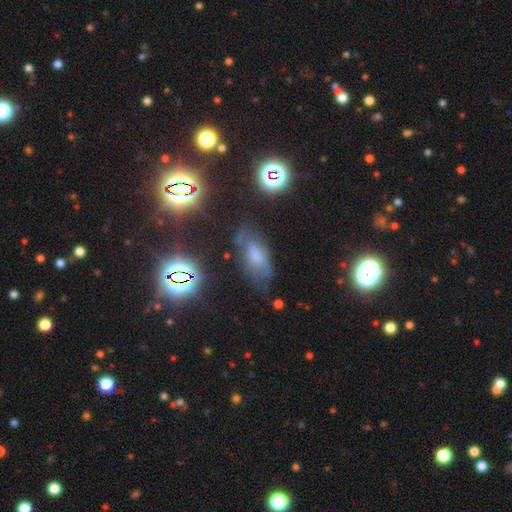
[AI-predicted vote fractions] smooth-or-featured: smooth: 45% | featured or disk: 31% | star or artifact: 24%
  merging: none: 59% | minor disturbance: 25% | major disturbance: 13% | merger: 3%